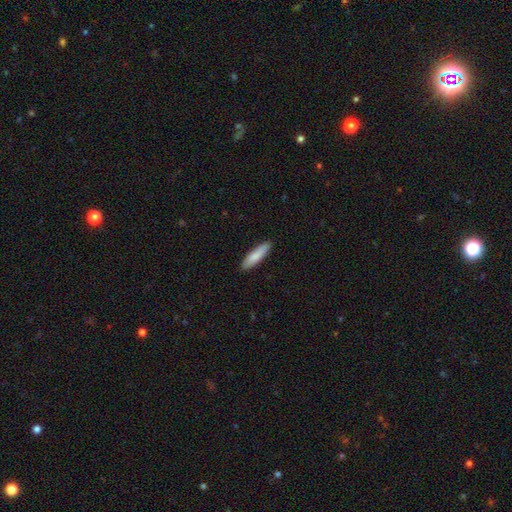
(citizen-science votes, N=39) Q: Smooth or featured?
A: smooth (95%); runner-up: featured or disk (3%)
Q: How rounded?
A: cigar-shaped (84%); runner-up: in between (16%)
Q: Merging?
A: none (74%); runner-up: minor disturbance (21%)